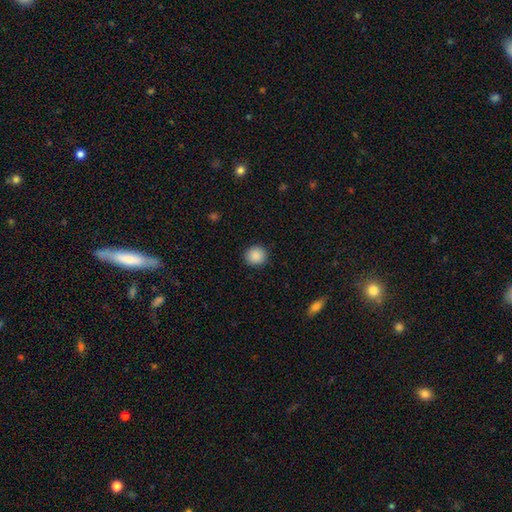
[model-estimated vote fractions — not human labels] smooth-or-featured: smooth: 89% | star or artifact: 8% | featured or disk: 3%
  how-rounded: round: 91% | in between: 8% | cigar-shaped: 1%
  merging: none: 91% | minor disturbance: 6% | major disturbance: 2% | merger: 1%